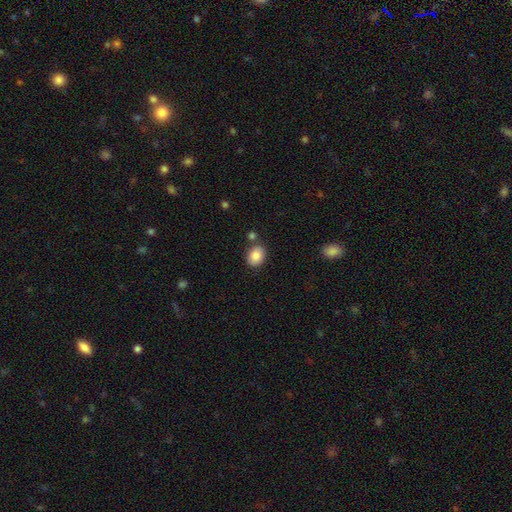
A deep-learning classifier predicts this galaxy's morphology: Q: Smooth or featured?
A: smooth (87%); runner-up: star or artifact (8%)
Q: How rounded?
A: in between (62%); runner-up: round (37%)
Q: Merging?
A: none (76%); runner-up: minor disturbance (12%)